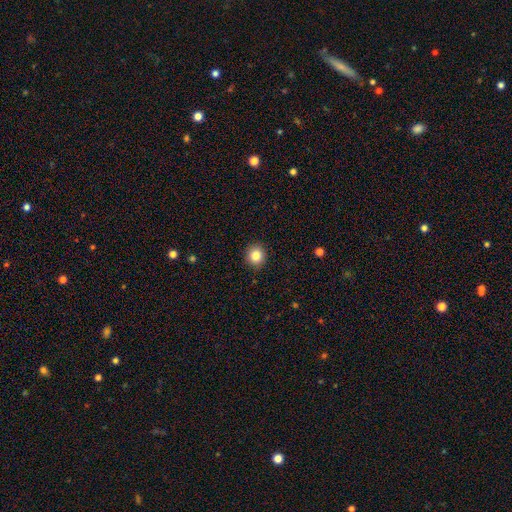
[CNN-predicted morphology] smooth 84%, star or artifact 10%, featured or disk 6%. Down the decision tree: how rounded — round (90%); merging — none (91%).